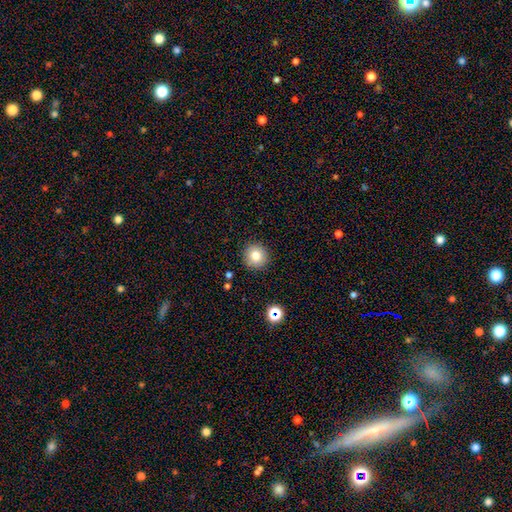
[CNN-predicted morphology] Smooth or featured: smooth — 80% (star or artifact — 11%)
How rounded: round — 94% (in between — 5%)
Merging: none — 91% (minor disturbance — 6%)